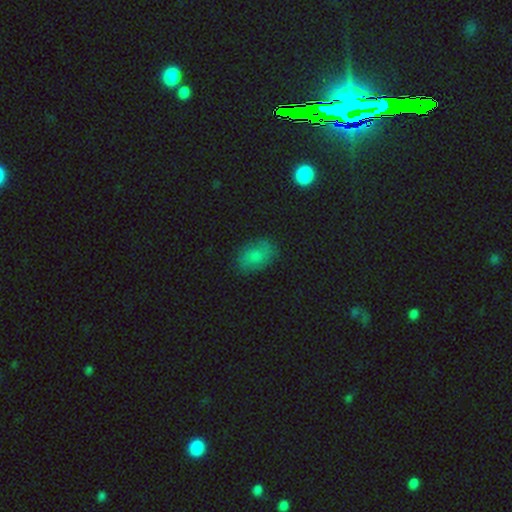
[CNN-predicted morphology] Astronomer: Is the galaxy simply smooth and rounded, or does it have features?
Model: smooth — 71%.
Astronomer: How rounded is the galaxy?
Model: in between — 84%.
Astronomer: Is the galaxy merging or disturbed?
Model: none — 74%.